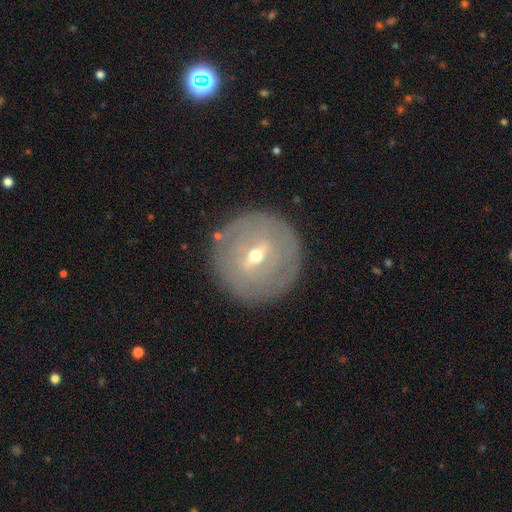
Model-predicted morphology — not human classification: smooth_or_featured: featured or disk (p=0.72) [alt: smooth p=0.21]
disk_edge_on: no (p=0.87) [alt: yes p=0.13]
bar: weak (p=0.51) [alt: strong p=0.33]
has_spiral_arms: no (p=0.57) [alt: yes p=0.43]
bulge_size: small (p=0.49) [alt: moderate p=0.48]
merging: none (p=0.85) [alt: minor disturbance p=0.10]